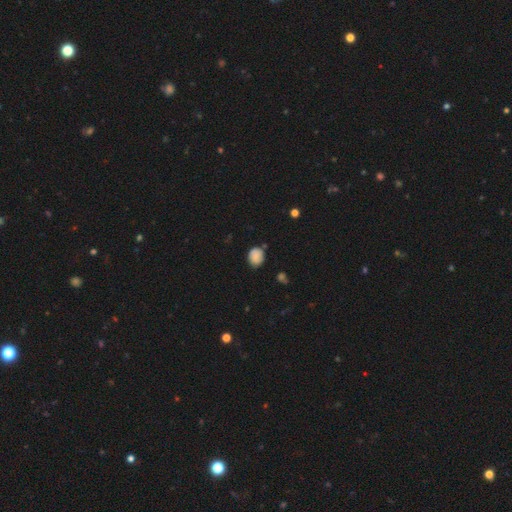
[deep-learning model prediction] This appears to be a smooth galaxy with no disk features (82%) that is in between round and cigar-shaped (50%). Merging: none (67%).